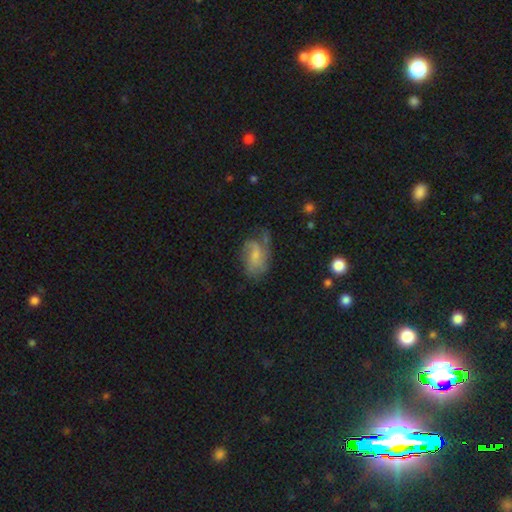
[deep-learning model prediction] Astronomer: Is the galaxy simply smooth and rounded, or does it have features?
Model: featured or disk — 56% (runner-up: smooth, 35%).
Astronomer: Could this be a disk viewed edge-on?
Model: no — 97%.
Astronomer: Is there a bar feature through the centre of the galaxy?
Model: no — 52% (runner-up: weak, 40%).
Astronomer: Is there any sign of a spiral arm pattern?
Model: yes — 81%.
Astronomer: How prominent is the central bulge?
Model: small — 47% (runner-up: moderate, 27%).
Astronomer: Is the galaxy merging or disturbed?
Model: none — 42% (runner-up: minor disturbance, 29%).